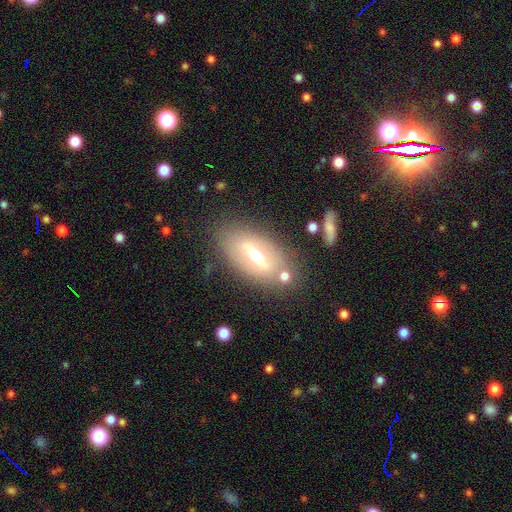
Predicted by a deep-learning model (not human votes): This is possibly a featured or disk galaxy (51%). It is likely not viewed edge-on (73%). Merging: likely none (76%).